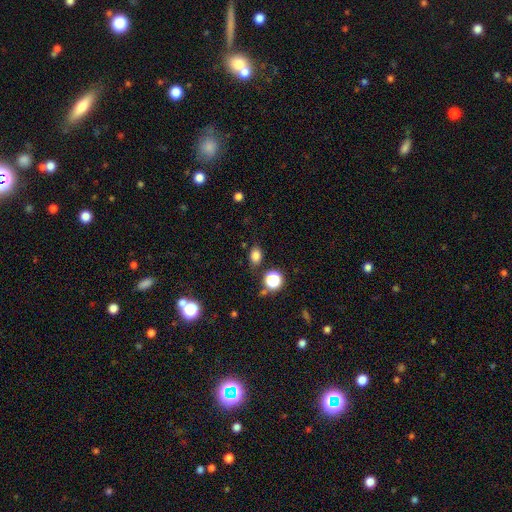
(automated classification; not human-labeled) smooth 79%, star or artifact 16%, featured or disk 5%. Down the decision tree: how rounded — in between (67%); merging — none (80%).